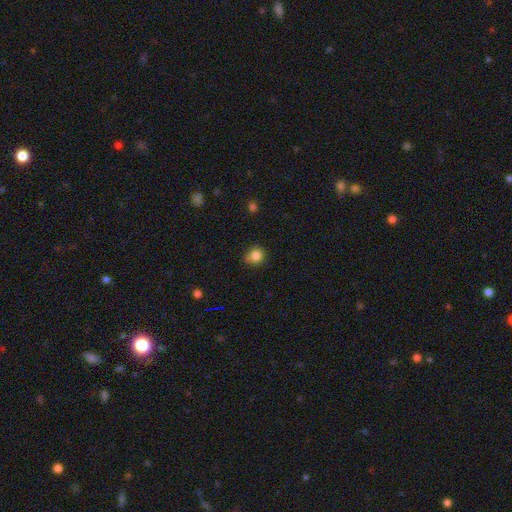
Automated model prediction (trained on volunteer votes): Overall: smooth (84%). How rounded: round (86%). Merging: none (70%).